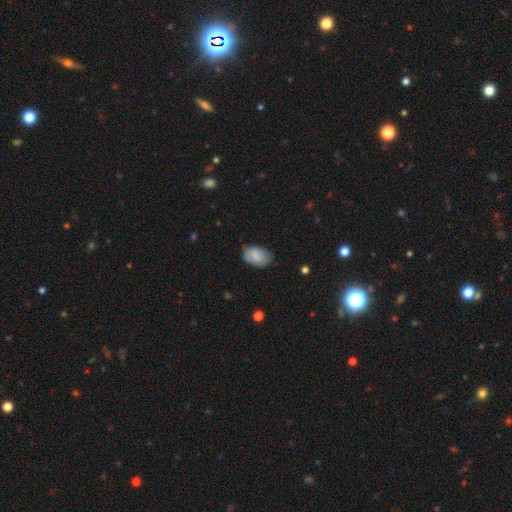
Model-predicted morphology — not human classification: smooth 78%, featured or disk 15%, star or artifact 7%. Down the decision tree: how rounded — in between (90%); merging — none (73%).